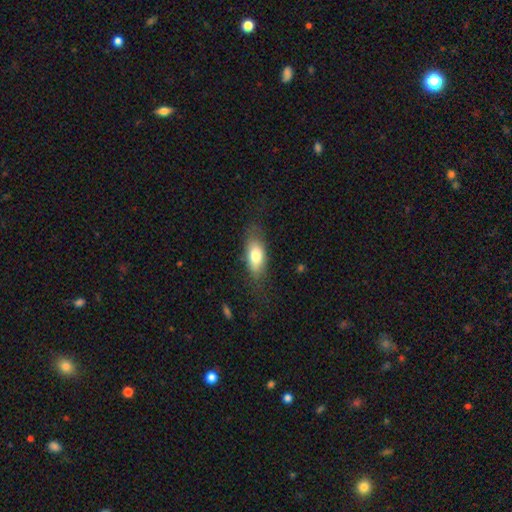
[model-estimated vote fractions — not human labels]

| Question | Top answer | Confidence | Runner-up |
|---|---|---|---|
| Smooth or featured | smooth | 74% | featured or disk (19%) |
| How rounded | in between | 84% | cigar-shaped (12%) |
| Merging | none | 68% | minor disturbance (21%) |